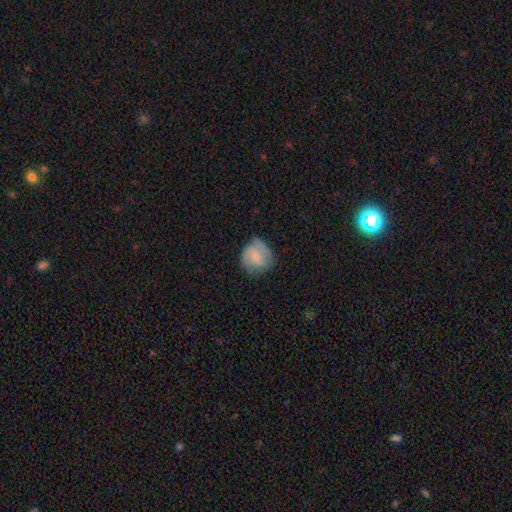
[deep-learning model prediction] A smooth galaxy with no disk features (59%) that is round (82%). Merging: none (59%).